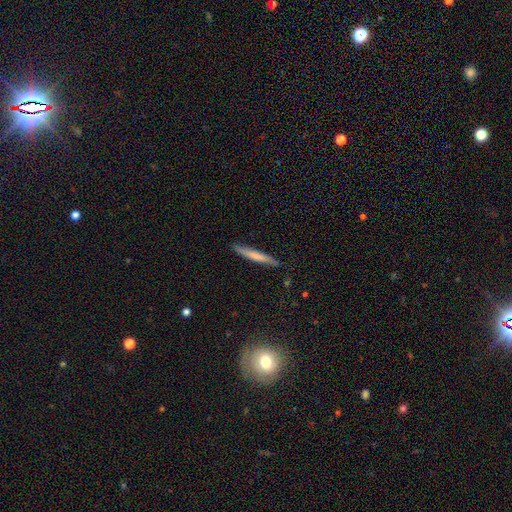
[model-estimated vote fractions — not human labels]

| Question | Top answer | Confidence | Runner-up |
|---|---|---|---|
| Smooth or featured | smooth | 67% | featured or disk (28%) |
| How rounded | cigar-shaped | 95% | in between (4%) |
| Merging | none | 87% | minor disturbance (10%) |